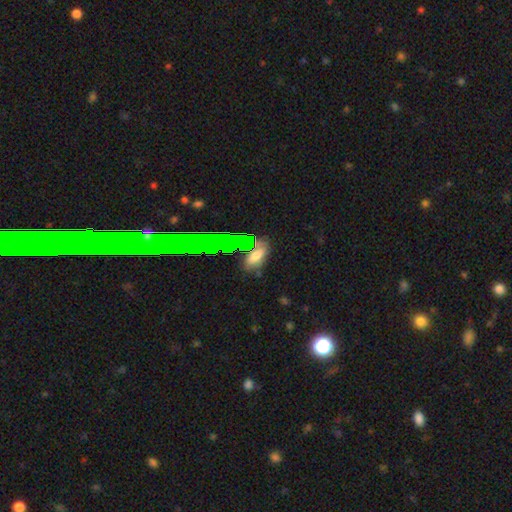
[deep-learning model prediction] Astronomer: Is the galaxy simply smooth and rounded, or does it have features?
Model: smooth — 60%.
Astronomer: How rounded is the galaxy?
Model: in between — 81%.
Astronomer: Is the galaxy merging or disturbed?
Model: none — 65%.